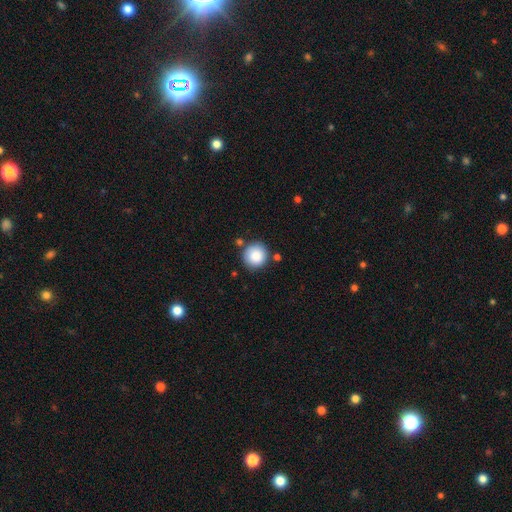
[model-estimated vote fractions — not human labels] This appears to be a smooth galaxy with no disk features (86%) that is round (94%). Merging: none (81%).